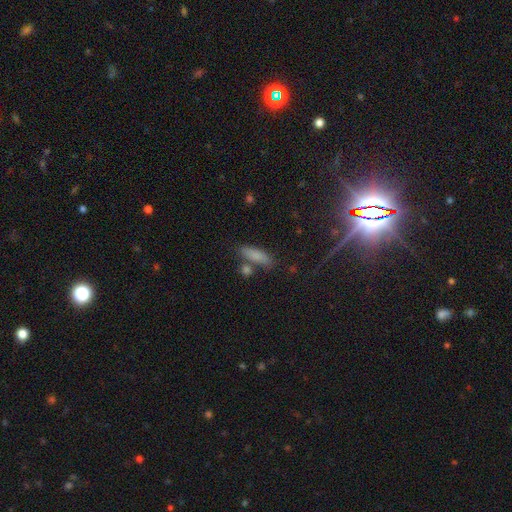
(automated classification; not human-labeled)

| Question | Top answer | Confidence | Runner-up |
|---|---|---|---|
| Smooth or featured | smooth | 80% | featured or disk (11%) |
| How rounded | cigar-shaped | 52% | in between (45%) |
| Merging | none | 68% | minor disturbance (14%) |